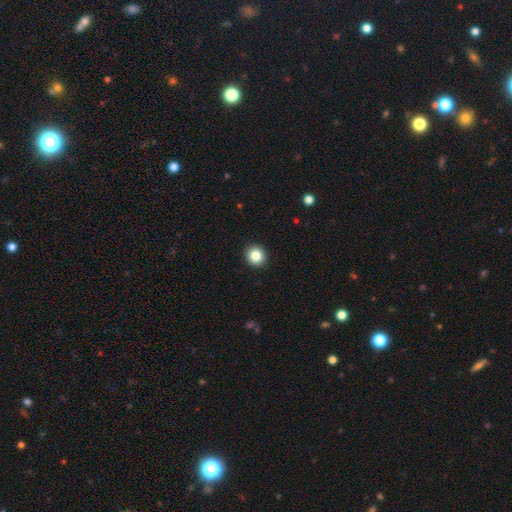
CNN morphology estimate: smooth_or_featured: smooth (p=0.85) [alt: star or artifact p=0.10]
how_rounded: round (p=0.90) [alt: in between p=0.09]
merging: none (p=0.93) [alt: minor disturbance p=0.05]